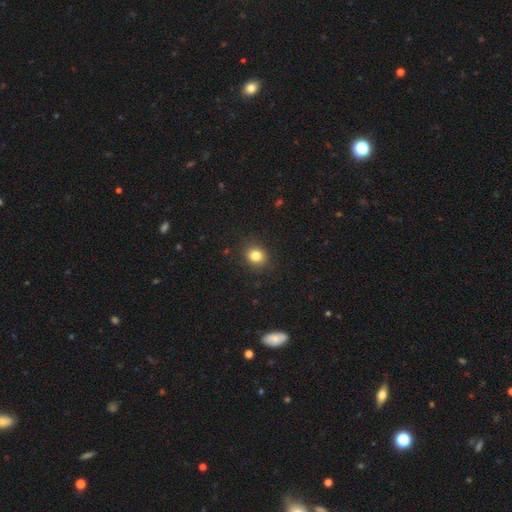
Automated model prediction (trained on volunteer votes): smooth-or-featured: smooth: 82% | star or artifact: 12% | featured or disk: 6%
  how-rounded: round: 78% | in between: 21% | cigar-shaped: 1%
  merging: none: 87% | minor disturbance: 9% | major disturbance: 3% | merger: 1%